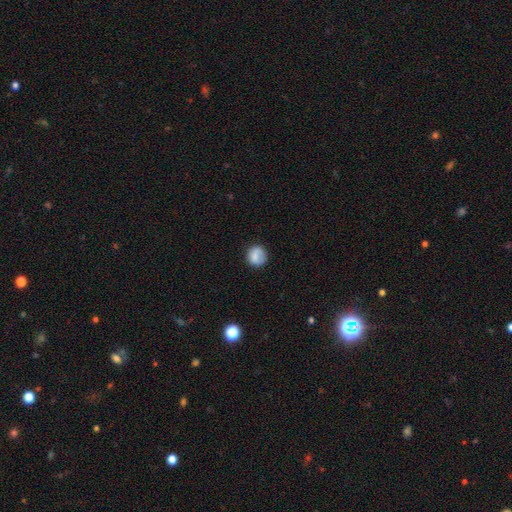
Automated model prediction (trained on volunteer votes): This appears to be a smooth galaxy with no disk features (81%) that is round (85%). Merging: none (78%).